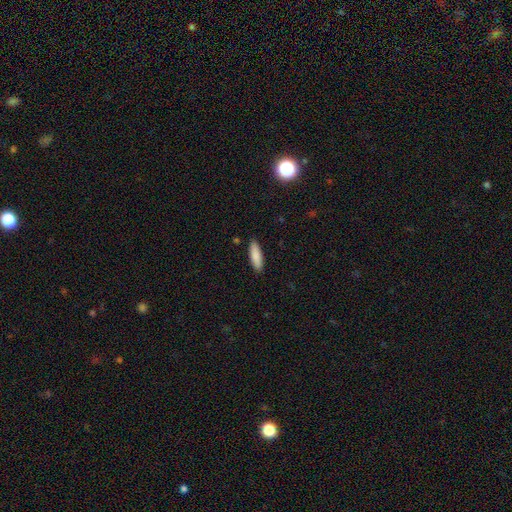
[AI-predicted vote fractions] smooth_or_featured: smooth (p=0.87) [alt: featured or disk p=0.07]
how_rounded: cigar-shaped (p=0.55) [alt: in between p=0.43]
merging: none (p=0.88) [alt: minor disturbance p=0.09]